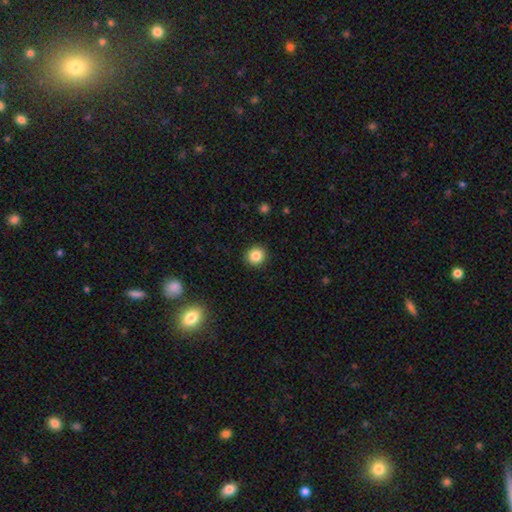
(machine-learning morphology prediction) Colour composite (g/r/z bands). It shows a smooth galaxy with no disk features (84%) that is round (91%). Merging: none (92%).